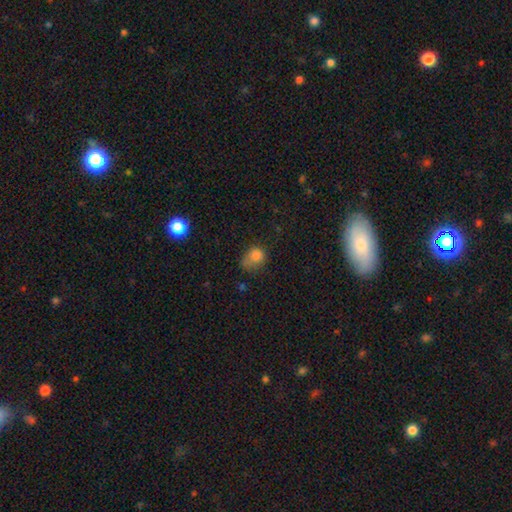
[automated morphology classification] The model was most divided on "merging": minor disturbance: 35%, none: 33%, major disturbance: 24%, merger: 7%. More confident: smooth or featured — smooth (79%); how rounded — round (53%).